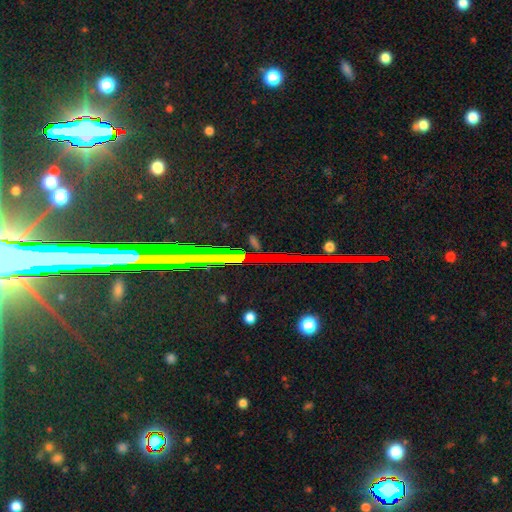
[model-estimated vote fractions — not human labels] Morphology: type=star or artifact (75%).